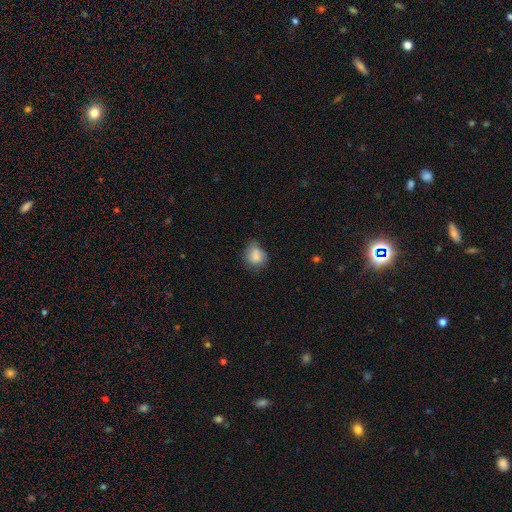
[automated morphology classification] A smooth galaxy with no disk features (78%) that is round (67%).

Vote fractions:
- Smooth or featured? smooth: 78% / featured or disk: 12% / star or artifact: 10%
- How rounded? round: 67% / in between: 32% / cigar-shaped: 1%
- Merging? none: 52% / minor disturbance: 27% / merger: 13% / major disturbance: 7%